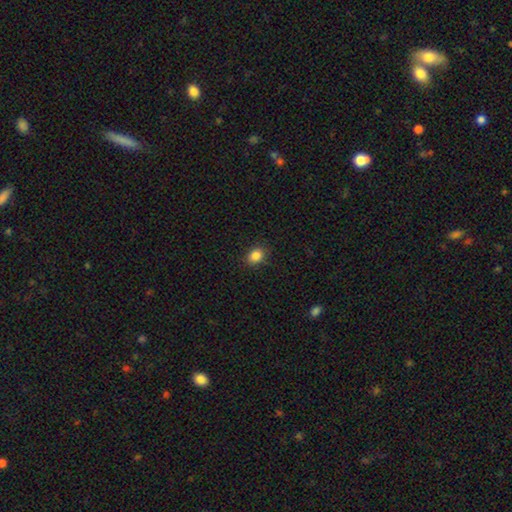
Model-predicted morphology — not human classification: Q: Smooth or featured?
A: smooth (86%); runner-up: star or artifact (10%)
Q: How rounded?
A: in between (53%); runner-up: round (46%)
Q: Merging?
A: none (87%); runner-up: minor disturbance (9%)